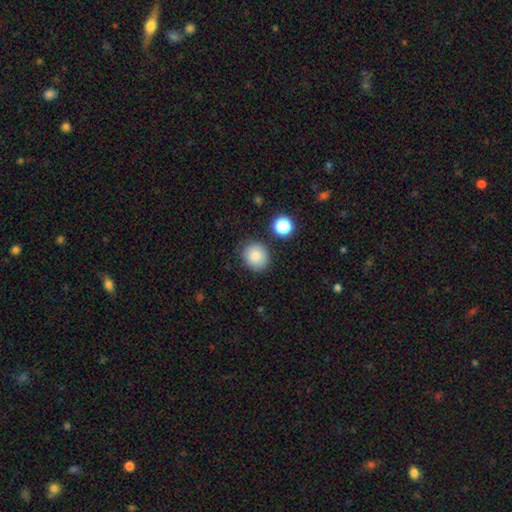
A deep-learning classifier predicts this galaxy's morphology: type=smooth (85%); roundness=round (78%); merging=none (84%).